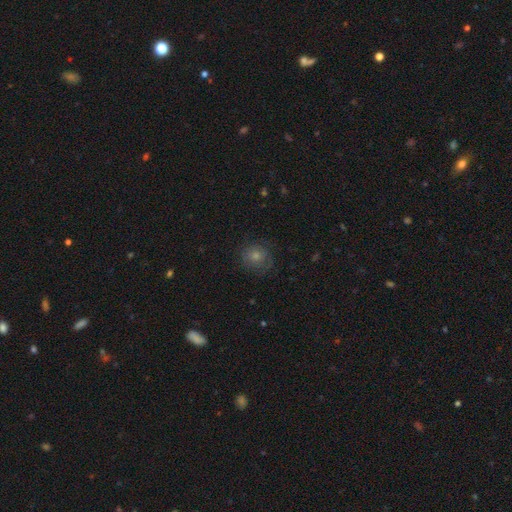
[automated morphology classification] This is possibly a smooth galaxy (55%). How rounded: clearly round (85%). Merging: clearly none (80%).